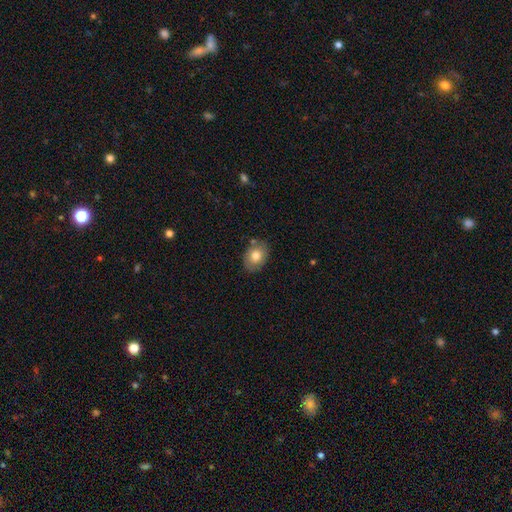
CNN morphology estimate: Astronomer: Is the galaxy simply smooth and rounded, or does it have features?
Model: smooth — 78%.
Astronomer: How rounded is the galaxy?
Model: in between — 68%.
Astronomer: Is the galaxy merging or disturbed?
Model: none — 79%.